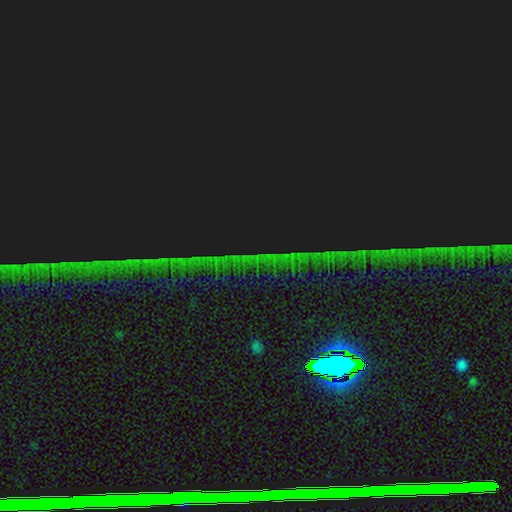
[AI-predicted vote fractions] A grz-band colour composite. It shows a star or artifact, not a galaxy (87%).